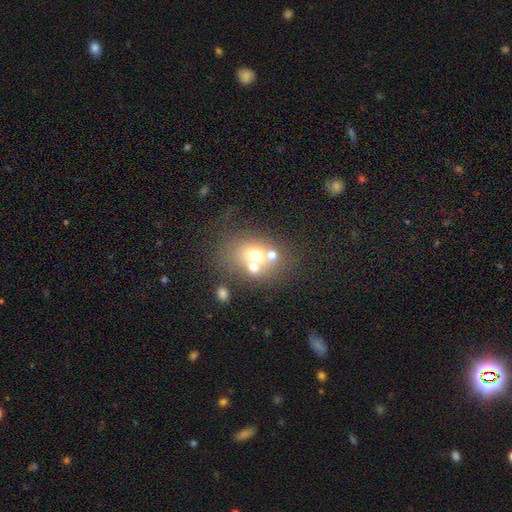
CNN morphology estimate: smooth_or_featured: smooth (p=0.57) [alt: featured or disk p=0.27]
how_rounded: round (p=0.56) [alt: in between p=0.43]
merging: merger (p=0.45) [alt: none p=0.37]